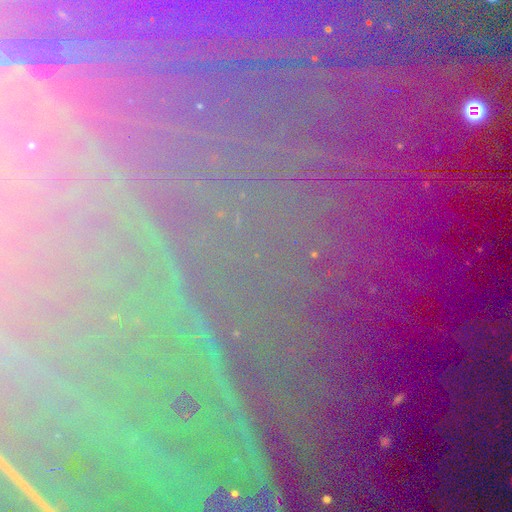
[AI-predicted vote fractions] Smooth or featured? Predicted: star or artifact (p=0.84).